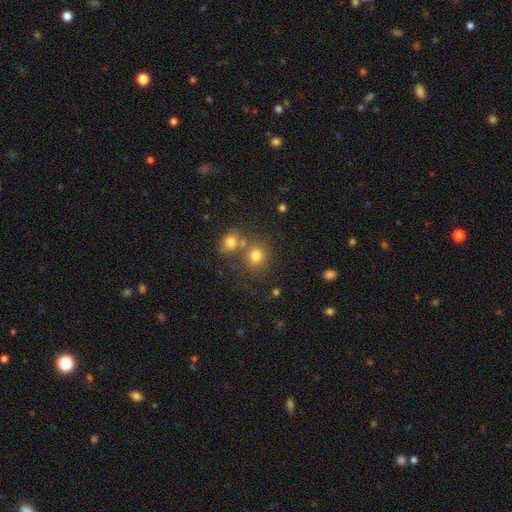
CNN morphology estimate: A smooth galaxy with no disk features (77%) that is round (84%).

Vote fractions:
- Smooth or featured? smooth: 77% / star or artifact: 15% / featured or disk: 8%
- How rounded? round: 84% / in between: 15% / cigar-shaped: 1%
- Merging? none: 63% / merger: 25% / minor disturbance: 8% / major disturbance: 4%